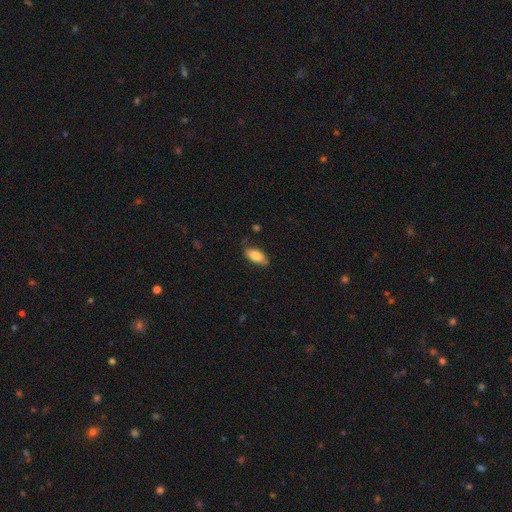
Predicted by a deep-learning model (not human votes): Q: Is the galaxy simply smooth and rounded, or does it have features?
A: smooth — 81%.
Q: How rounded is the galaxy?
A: in between — 87%.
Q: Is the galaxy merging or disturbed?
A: none — 79%.